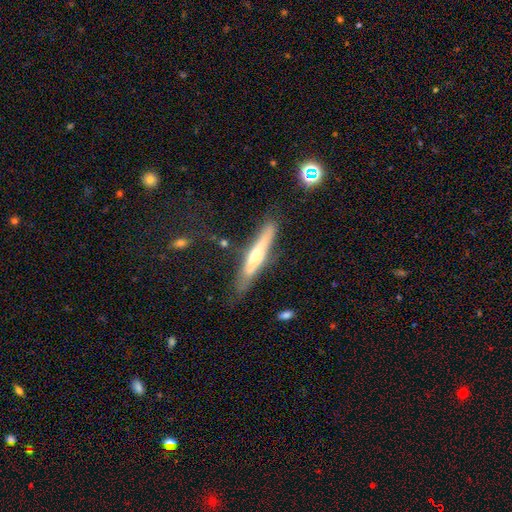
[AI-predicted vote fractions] This is possibly a featured or disk galaxy (55%). It is clearly viewed edge-on (84%). Merging: likely none (71%).